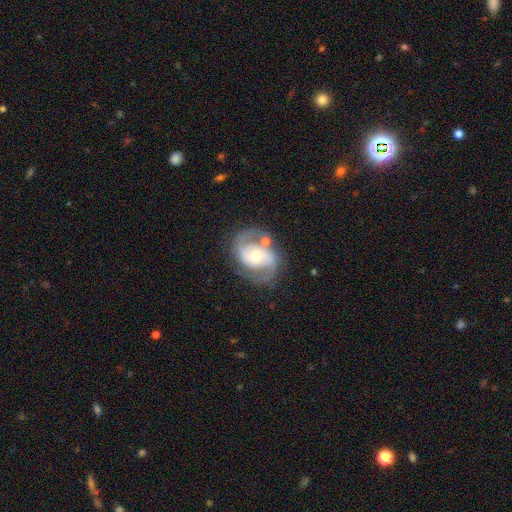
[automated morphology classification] type=featured or disk (88%); edge-on=no (98%); bar=no (45%); spiral arms=yes (97%); winding=medium (56%); arm count=2 (90%); bulge=moderate (53%); merging=none (72%).